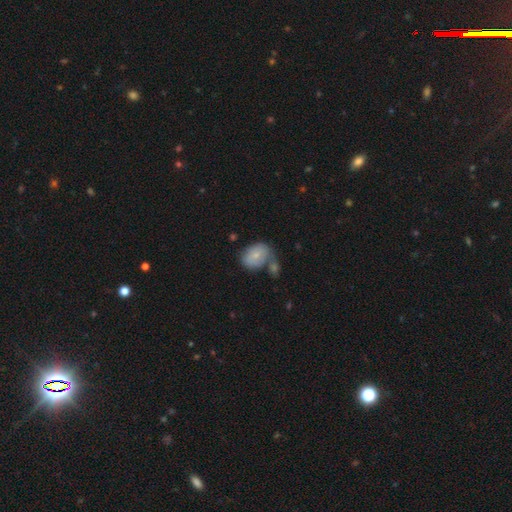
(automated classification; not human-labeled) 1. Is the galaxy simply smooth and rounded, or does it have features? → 68% smooth, 26% featured or disk, 7% star or artifact.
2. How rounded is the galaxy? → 64% in between, 35% round, 1% cigar-shaped.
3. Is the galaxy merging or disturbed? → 43% none, 28% merger, 21% minor disturbance, 8% major disturbance.